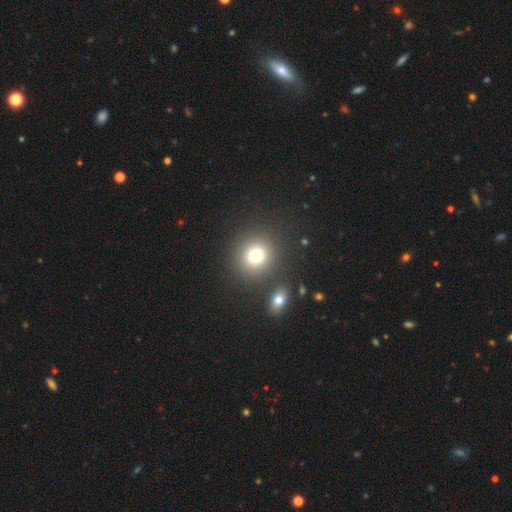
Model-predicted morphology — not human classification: Q: Smooth or featured?
A: smooth (75%); runner-up: star or artifact (15%)
Q: How rounded?
A: round (88%); runner-up: in between (11%)
Q: Merging?
A: none (82%); runner-up: merger (8%)